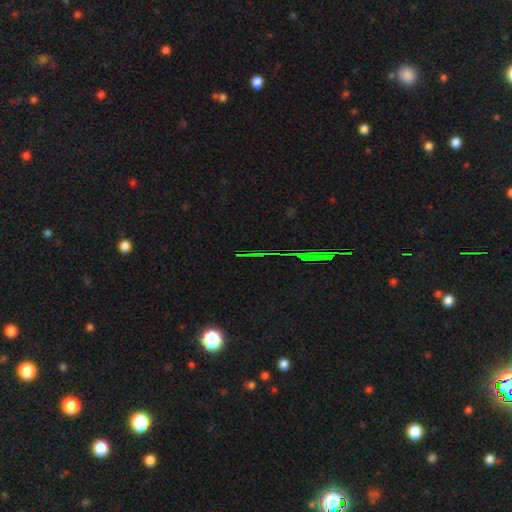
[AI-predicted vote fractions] smooth_or_featured: star or artifact (p=0.68) [alt: smooth p=0.18]